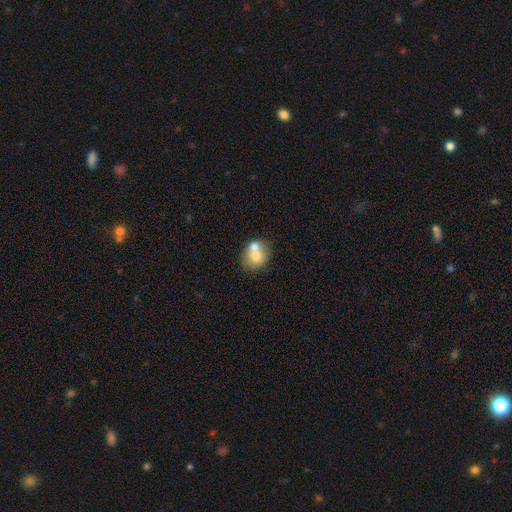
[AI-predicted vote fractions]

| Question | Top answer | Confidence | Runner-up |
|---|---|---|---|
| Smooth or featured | smooth | 67% | featured or disk (24%) |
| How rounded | round | 61% | in between (38%) |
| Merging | merger | 45% | none (40%) |